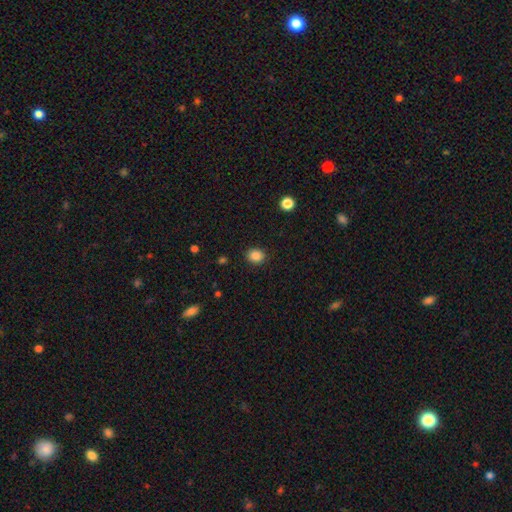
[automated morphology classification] Smooth or featured: smooth — 86% (star or artifact — 10%)
How rounded: round — 68% (in between — 31%)
Merging: none — 90% (minor disturbance — 7%)